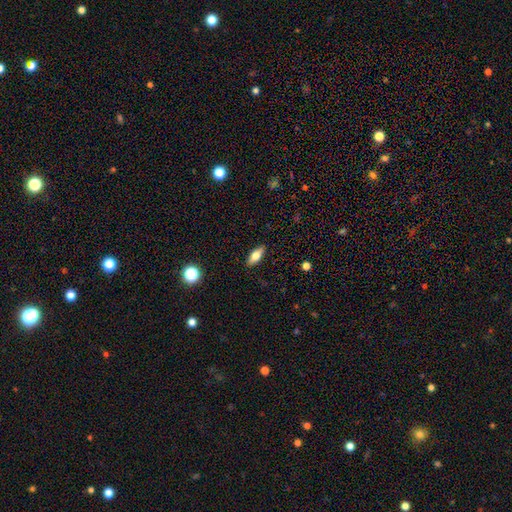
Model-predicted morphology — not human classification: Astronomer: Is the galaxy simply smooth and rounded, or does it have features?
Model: smooth — 70%.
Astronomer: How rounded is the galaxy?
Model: in between — 76%.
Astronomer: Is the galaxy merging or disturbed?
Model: none — 89%.